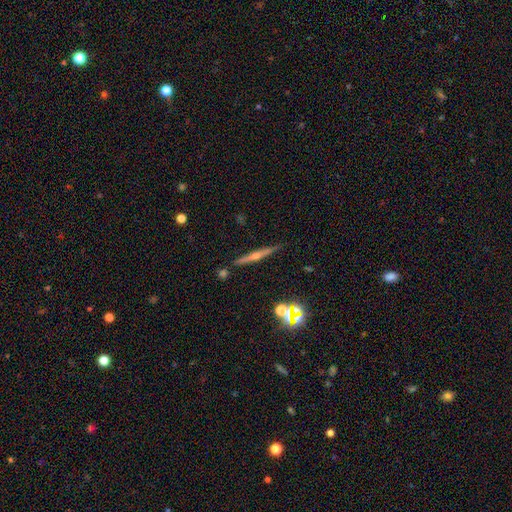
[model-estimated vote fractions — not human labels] This appears to be a featured or disk galaxy (69%) viewed edge-on (96%) with a rounded central bulge (80%). Merging: none (85%).